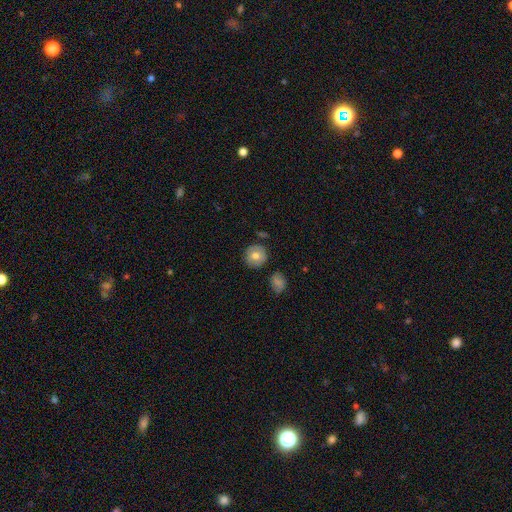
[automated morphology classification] smooth 71%, featured or disk 21%, star or artifact 8%. Down the decision tree: how rounded — round (91%); merging — none (82%).